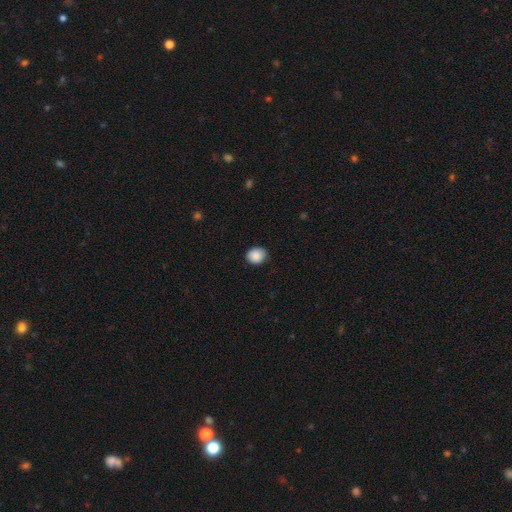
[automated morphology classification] Q: Smooth or featured?
A: smooth (88%); runner-up: star or artifact (8%)
Q: How rounded?
A: round (60%); runner-up: in between (40%)
Q: Merging?
A: none (85%); runner-up: minor disturbance (12%)